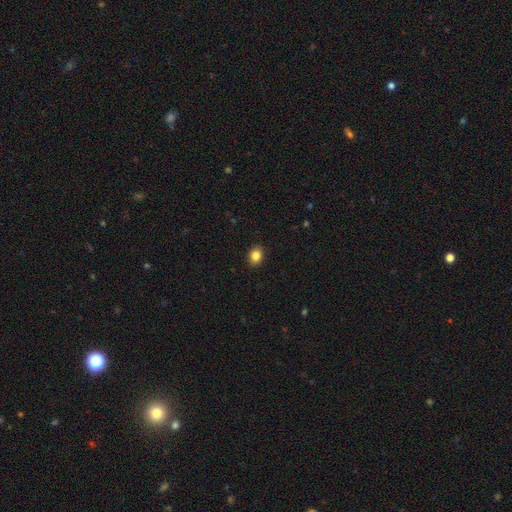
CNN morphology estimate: Smooth or featured?
  - smooth: 85% *
  - star or artifact: 10%
  - featured or disk: 5%
How rounded?
  - round: 50% * (tied)
  - in between: 50% * (tied)
  - cigar-shaped: 1%
Merging?
  - none: 91% *
  - minor disturbance: 7%
  - major disturbance: 2%
  - merger: 1%